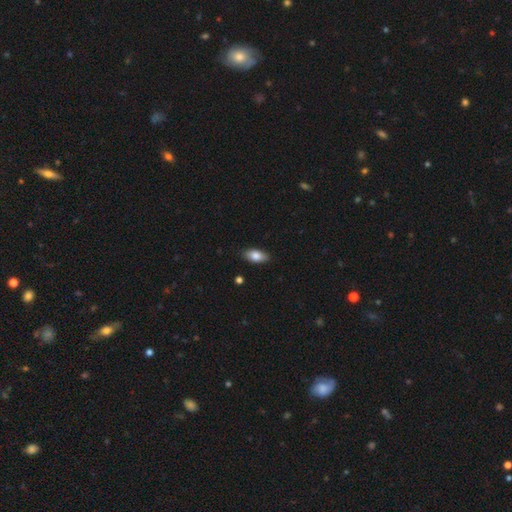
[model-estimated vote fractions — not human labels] The model was most divided on "smooth or featured": smooth: 81%, featured or disk: 12%, star or artifact: 7%. More confident: how rounded — in between (89%); merging — none (87%).